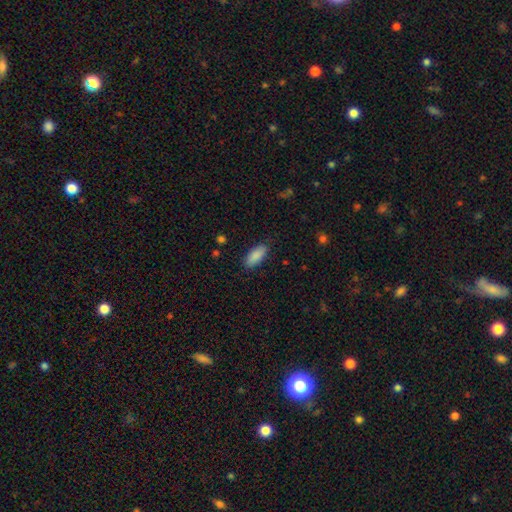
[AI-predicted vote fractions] A smooth galaxy with no disk features (89%) that is in between round and cigar-shaped (82%). Merging: none (87%).